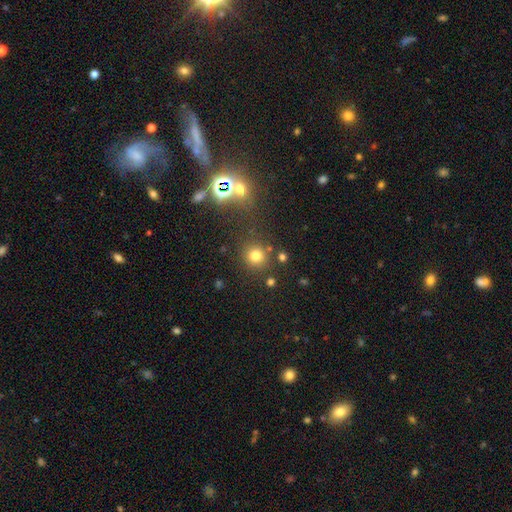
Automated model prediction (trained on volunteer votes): Smooth or featured: smooth — 75% (star or artifact — 19%)
How rounded: round — 92% (in between — 7%)
Merging: none — 80% (minor disturbance — 9%)